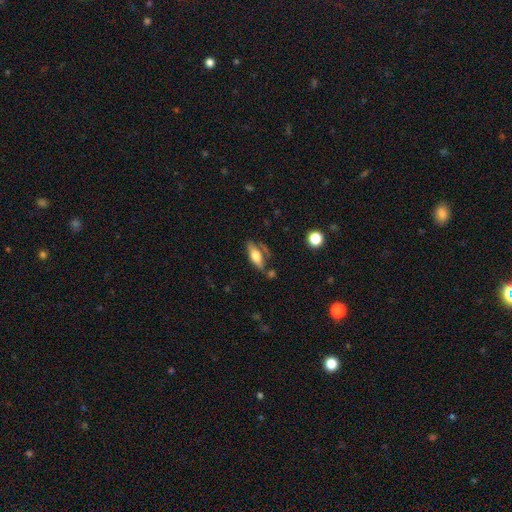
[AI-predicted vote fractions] Smooth or featured: smooth — 65% (featured or disk — 28%)
How rounded: in between — 74% (cigar-shaped — 24%)
Merging: none — 62% (minor disturbance — 22%)